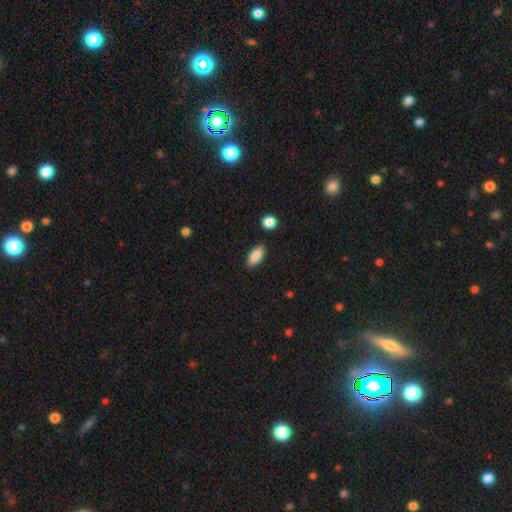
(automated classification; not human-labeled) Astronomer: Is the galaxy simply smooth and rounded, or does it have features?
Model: smooth — 88%.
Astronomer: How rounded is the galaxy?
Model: in between — 86%.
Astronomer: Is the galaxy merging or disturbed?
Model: none — 87%.